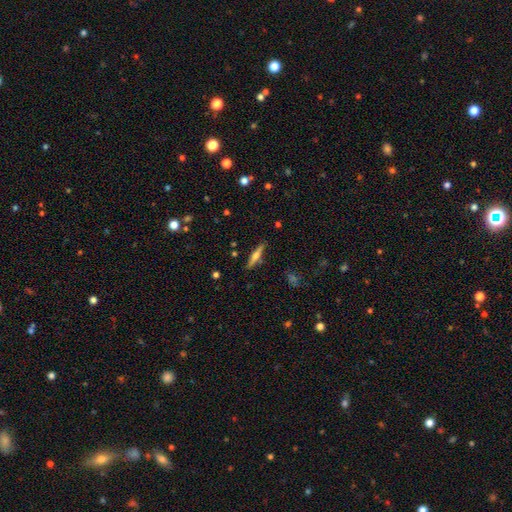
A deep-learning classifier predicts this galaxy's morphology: smooth_or_featured: featured or disk (p=0.54) [alt: smooth p=0.39]
disk_edge_on: yes (p=0.95) [alt: no p=0.05]
edge_on_bulge: rounded (p=0.85) [alt: none p=0.08]
merging: none (p=0.86) [alt: minor disturbance p=0.09]